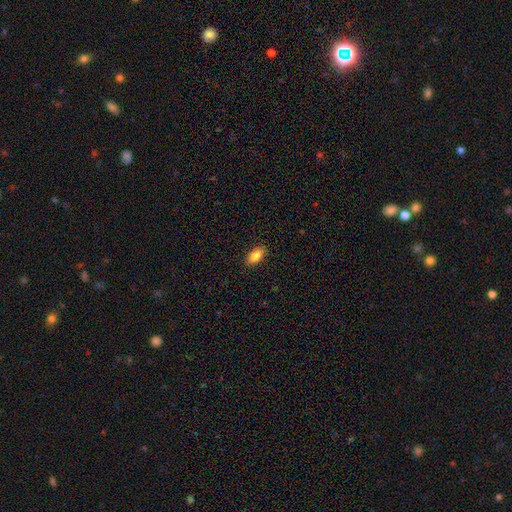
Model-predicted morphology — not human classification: Smooth or featured?
  - smooth: 82% *
  - featured or disk: 11%
  - star or artifact: 7%
How rounded?
  - in between: 85% *
  - cigar-shaped: 11%
  - round: 3%
Merging?
  - none: 89% *
  - minor disturbance: 9%
  - major disturbance: 2%
  - merger: 1%